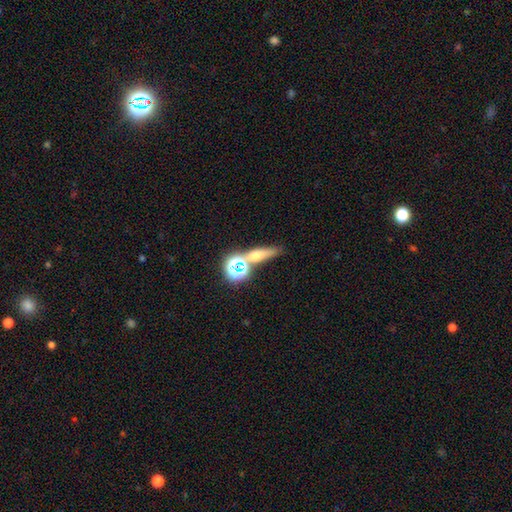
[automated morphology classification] smooth_or_featured: smooth (p=0.41) [alt: star or artifact p=0.30]
merging: none (p=0.59) [alt: merger p=0.24]